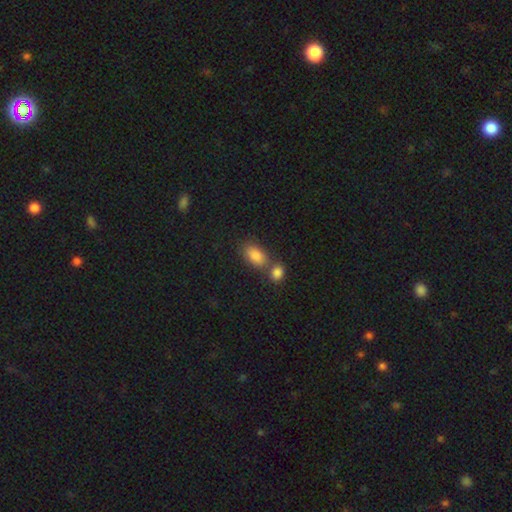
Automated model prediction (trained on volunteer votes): smooth_or_featured: smooth (p=0.86) [alt: star or artifact p=0.08]
how_rounded: in between (p=0.89) [alt: round p=0.08]
merging: none (p=0.48) [alt: merger p=0.36]